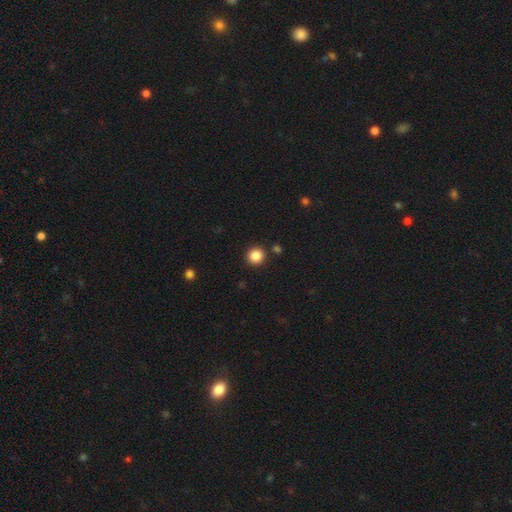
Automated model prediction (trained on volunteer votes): smooth 87%, star or artifact 10%, featured or disk 3%. Down the decision tree: how rounded — round (93%); merging — none (90%).